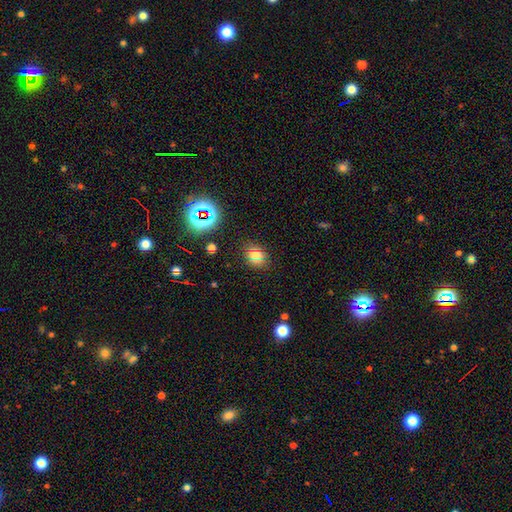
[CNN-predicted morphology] smooth_or_featured: smooth (p=0.64) [alt: star or artifact p=0.26]
how_rounded: round (p=0.52) [alt: in between p=0.46]
merging: none (p=0.82) [alt: minor disturbance p=0.12]